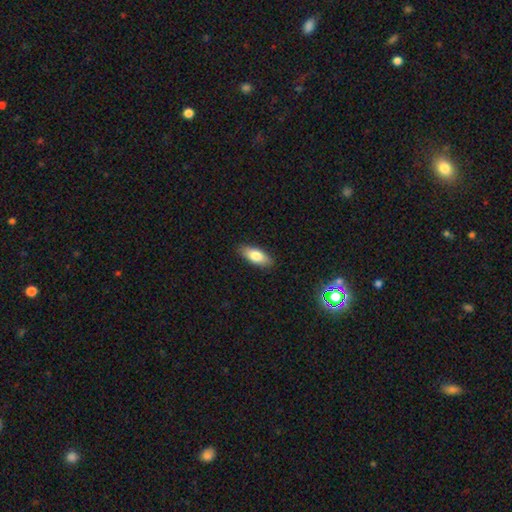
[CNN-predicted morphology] This appears to be a smooth galaxy with no disk features (79%) that is in between round and cigar-shaped (80%). Merging: none (89%).